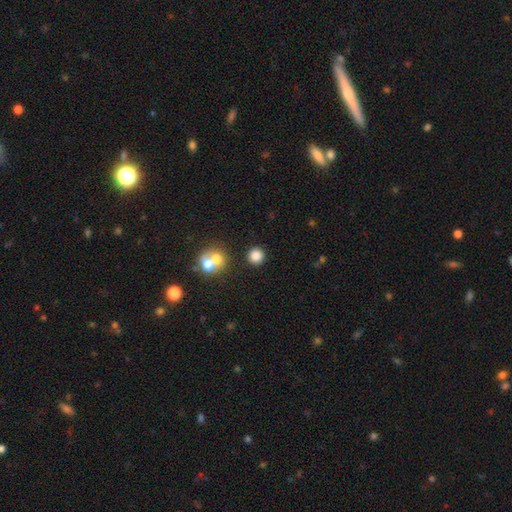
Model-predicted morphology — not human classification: smooth_or_featured: smooth (p=0.82) [alt: star or artifact p=0.12]
how_rounded: round (p=0.93) [alt: in between p=0.07]
merging: none (p=0.82) [alt: merger p=0.09]